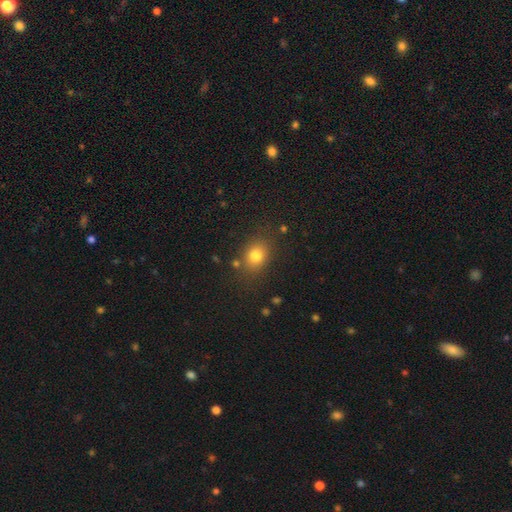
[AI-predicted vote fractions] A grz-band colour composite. It shows a smooth galaxy with no disk features (79%) that is in between round and cigar-shaped (50%). Merging: none (78%).